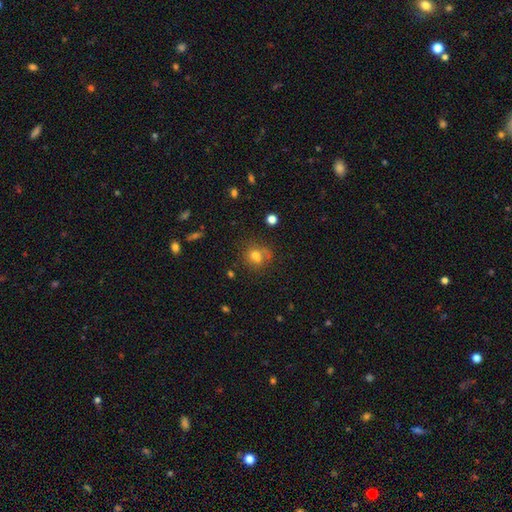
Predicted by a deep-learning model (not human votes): Morphology: type=smooth (71%); roundness=round (73%); merging=none (58%).